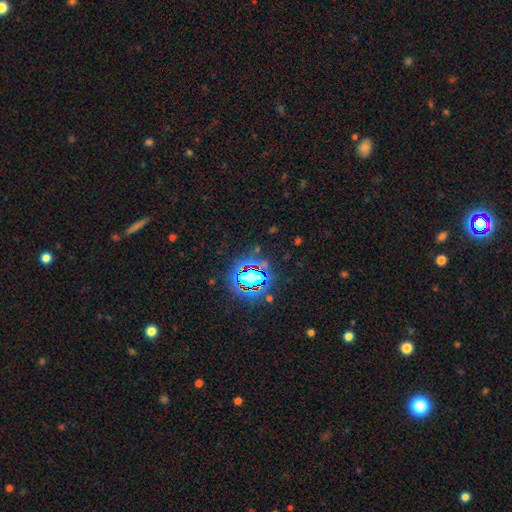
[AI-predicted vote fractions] Overall: star or artifact (82%).